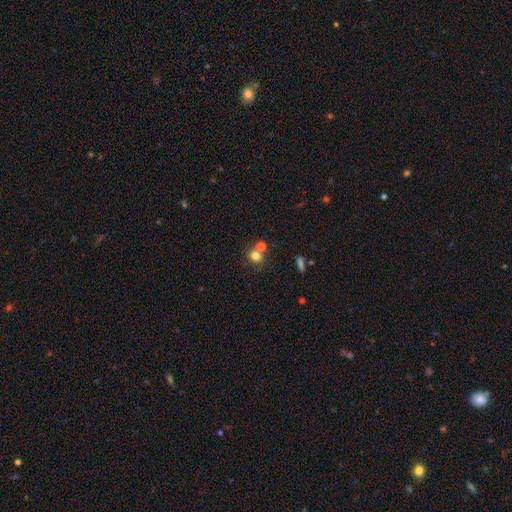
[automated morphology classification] smooth-or-featured: smooth: 76% | star or artifact: 15% | featured or disk: 10%
  how-rounded: round: 82% | in between: 17% | cigar-shaped: 1%
  merging: none: 58% | merger: 31% | minor disturbance: 8% | major disturbance: 3%